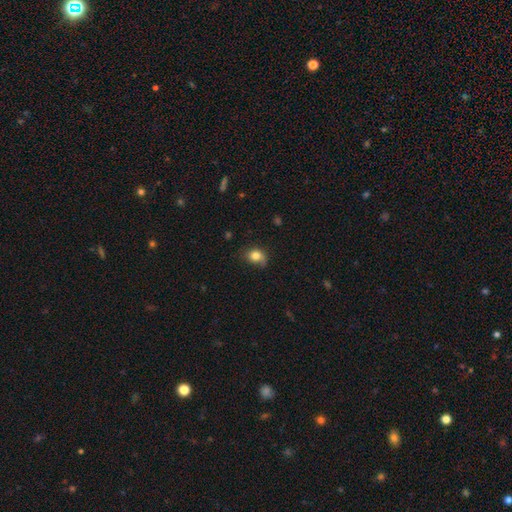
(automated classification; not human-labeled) A smooth galaxy with no disk features (80%) that is round (52%).

Vote fractions:
- Smooth or featured? smooth: 80% / star or artifact: 10% / featured or disk: 10%
- How rounded? round: 52% / in between: 47% / cigar-shaped: 1%
- Merging? none: 56% / minor disturbance: 32% / major disturbance: 10% / merger: 2%